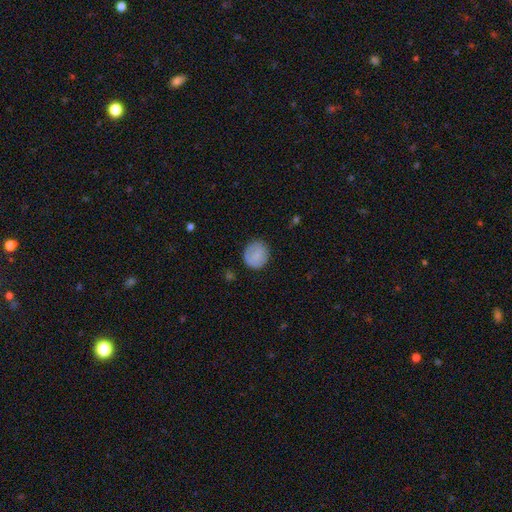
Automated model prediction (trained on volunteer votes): Q: Smooth or featured?
A: smooth (76%); runner-up: featured or disk (17%)
Q: How rounded?
A: round (87%); runner-up: in between (12%)
Q: Merging?
A: none (83%); runner-up: minor disturbance (13%)